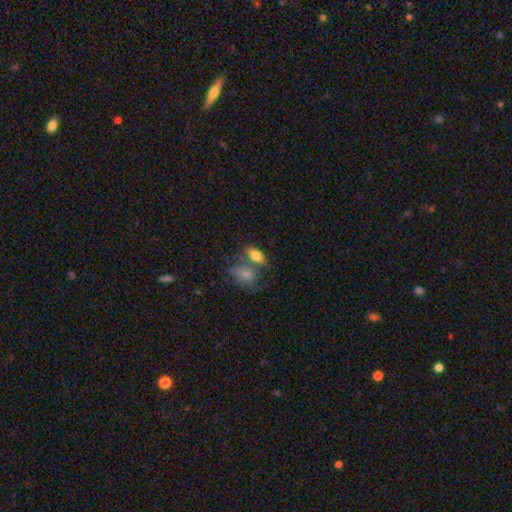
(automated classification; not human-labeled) A smooth galaxy with no disk features (78%) that is in between round and cigar-shaped (86%).

Vote fractions:
- Smooth or featured? smooth: 78% / featured or disk: 14% / star or artifact: 9%
- How rounded? in between: 86% / cigar-shaped: 7% / round: 7%
- Merging? none: 45% / merger: 35% / minor disturbance: 14% / major disturbance: 6%